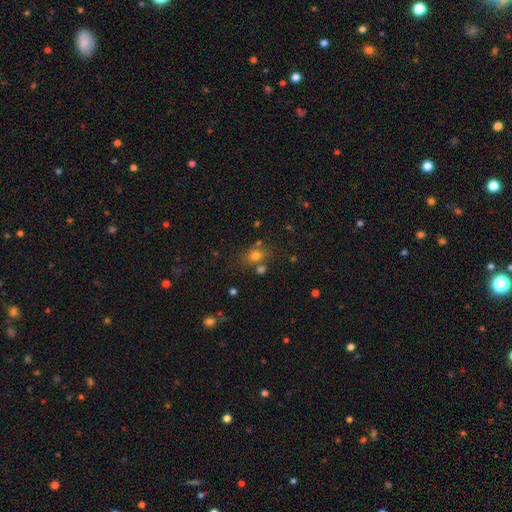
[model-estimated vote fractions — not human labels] smooth 72%, star or artifact 17%, featured or disk 11%. Down the decision tree: how rounded — round (57%); merging — none (63%).